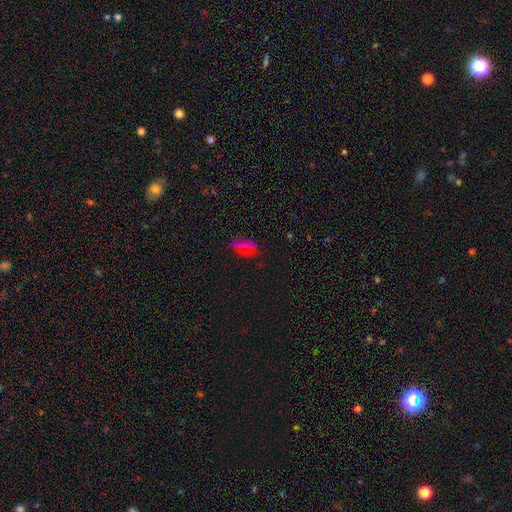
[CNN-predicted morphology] The model was most divided on "smooth or featured": smooth: 44%, star or artifact: 38%, featured or disk: 18%. More confident: merging — none (69%).